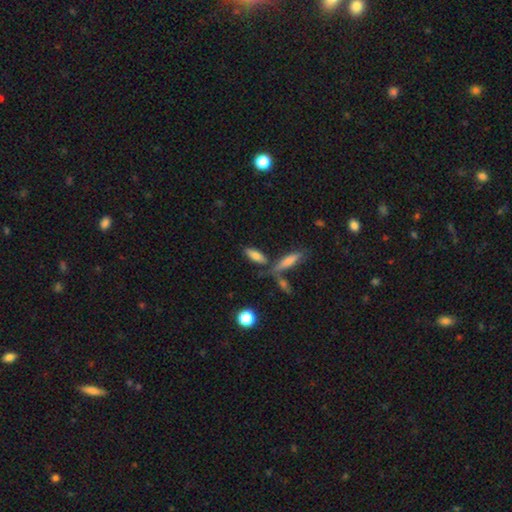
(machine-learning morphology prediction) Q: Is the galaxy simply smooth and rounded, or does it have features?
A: smooth — 77%.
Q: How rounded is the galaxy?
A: in between — 57%.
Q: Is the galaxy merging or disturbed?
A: none — 60%.